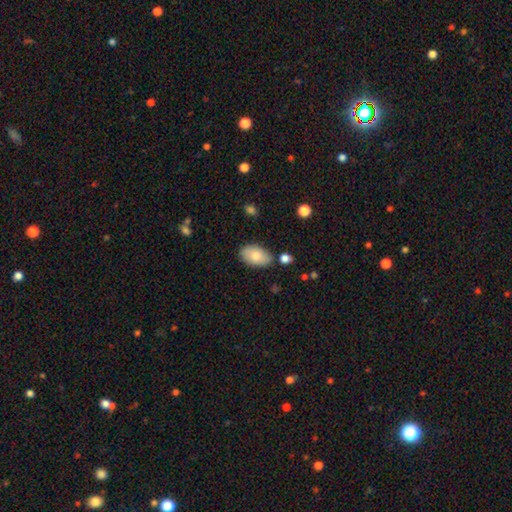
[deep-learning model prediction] Smooth or featured: smooth — 81% (featured or disk — 13%)
How rounded: in between — 93% (round — 5%)
Merging: none — 78% (minor disturbance — 15%)